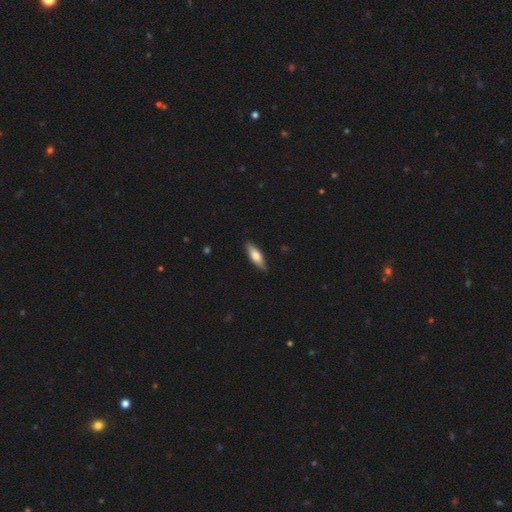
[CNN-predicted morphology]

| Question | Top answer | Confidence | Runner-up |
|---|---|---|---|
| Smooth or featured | smooth | 69% | featured or disk (26%) |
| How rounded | in between | 51% | cigar-shaped (47%) |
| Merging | none | 86% | minor disturbance (11%) |